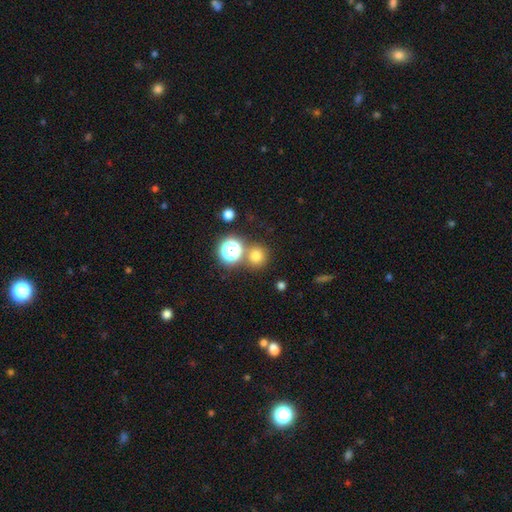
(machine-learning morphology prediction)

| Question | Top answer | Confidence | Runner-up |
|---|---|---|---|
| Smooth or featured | smooth | 72% | star or artifact (21%) |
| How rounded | round | 92% | in between (7%) |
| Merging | none | 75% | merger (15%) |